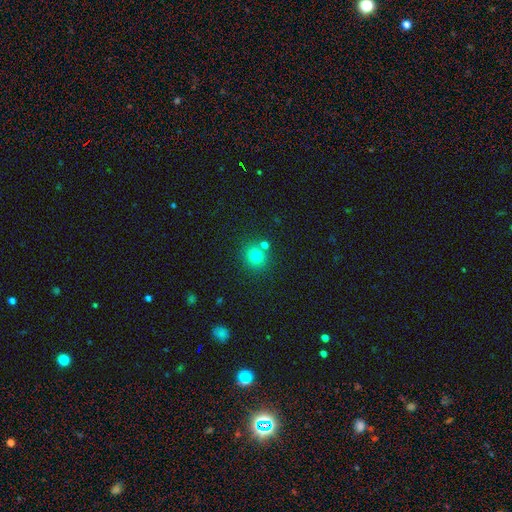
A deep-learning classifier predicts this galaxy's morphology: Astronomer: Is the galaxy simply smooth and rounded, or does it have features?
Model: smooth — 78%.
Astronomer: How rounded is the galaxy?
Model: round — 87%.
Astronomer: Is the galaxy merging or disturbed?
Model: none — 75%.